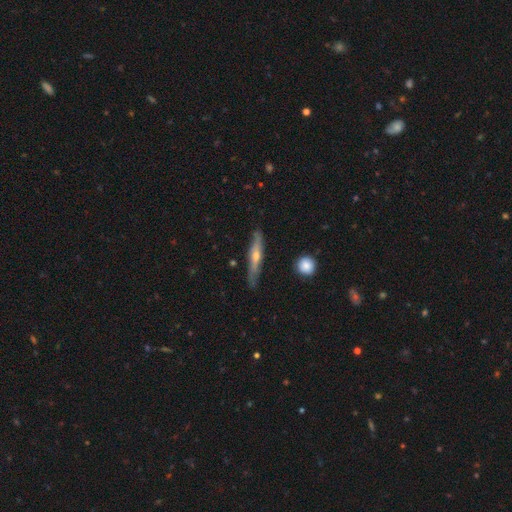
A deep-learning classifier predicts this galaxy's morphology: This is likely a featured or disk galaxy (61%). It is clearly viewed edge-on (90%). Edge-on bulge: likely rounded (80%). Merging: clearly none (82%).